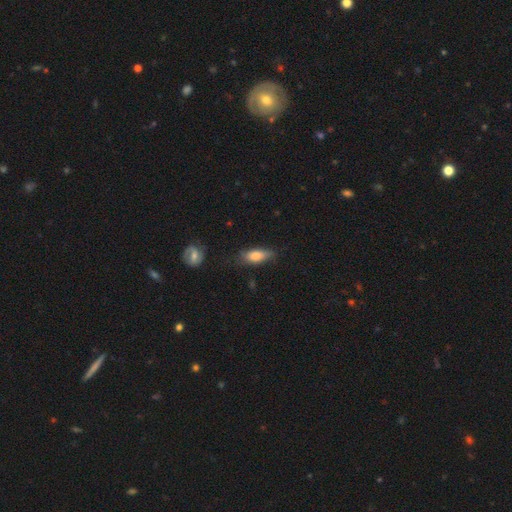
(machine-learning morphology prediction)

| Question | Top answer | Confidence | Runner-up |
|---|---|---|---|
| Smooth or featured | smooth | 73% | featured or disk (21%) |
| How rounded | in between | 73% | cigar-shaped (23%) |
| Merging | none | 63% | minor disturbance (28%) |